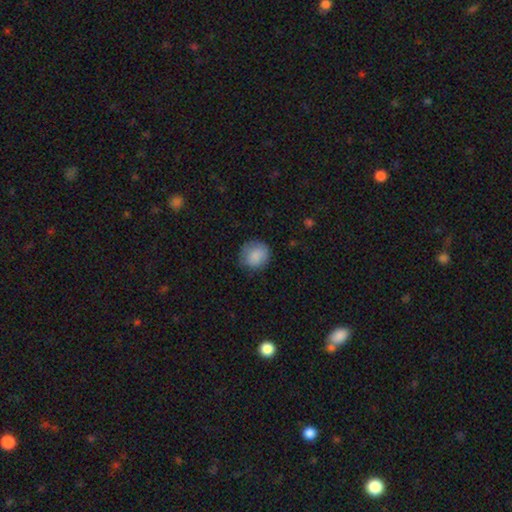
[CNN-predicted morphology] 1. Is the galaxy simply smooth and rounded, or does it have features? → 87% smooth, 7% star or artifact, 6% featured or disk.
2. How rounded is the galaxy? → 84% round, 15% in between, 1% cigar-shaped.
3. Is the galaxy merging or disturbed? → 75% none, 19% minor disturbance, 5% major disturbance, 1% merger.